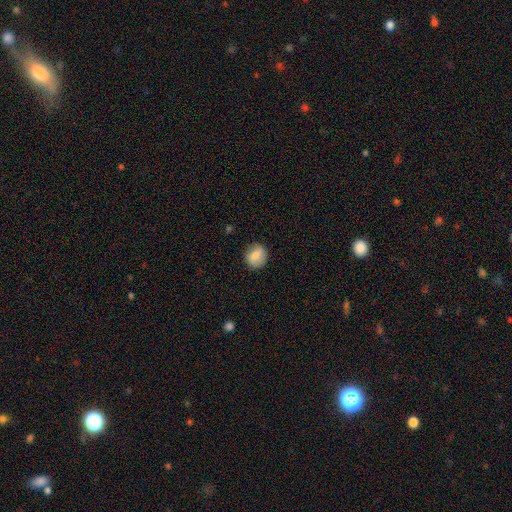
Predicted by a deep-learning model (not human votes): Smooth or featured?
  - smooth: 79% *
  - featured or disk: 13%
  - star or artifact: 8%
How rounded?
  - round: 80% *
  - in between: 19%
  - cigar-shaped: 1%
Merging?
  - none: 84% *
  - minor disturbance: 11%
  - major disturbance: 3%
  - merger: 1%